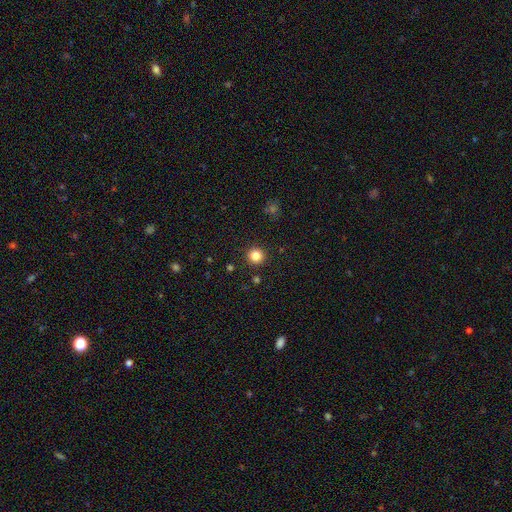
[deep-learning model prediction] This is clearly a smooth galaxy (84%). How rounded: clearly round (95%). Merging: clearly none (92%).